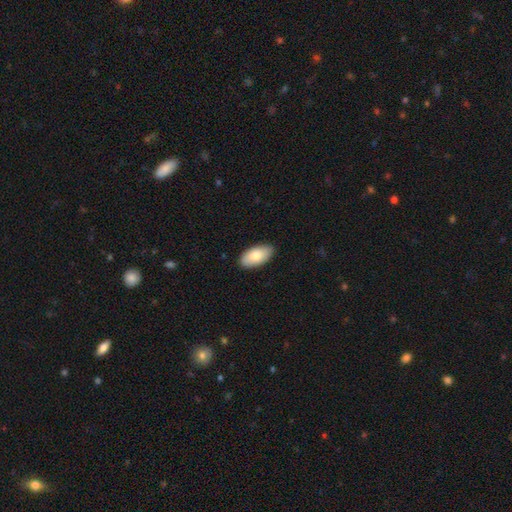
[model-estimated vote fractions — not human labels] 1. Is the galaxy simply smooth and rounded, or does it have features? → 80% smooth, 14% featured or disk, 6% star or artifact.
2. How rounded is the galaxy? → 95% in between, 3% cigar-shaped, 2% round.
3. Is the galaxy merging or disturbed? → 88% none, 10% minor disturbance, 2% major disturbance, 1% merger.